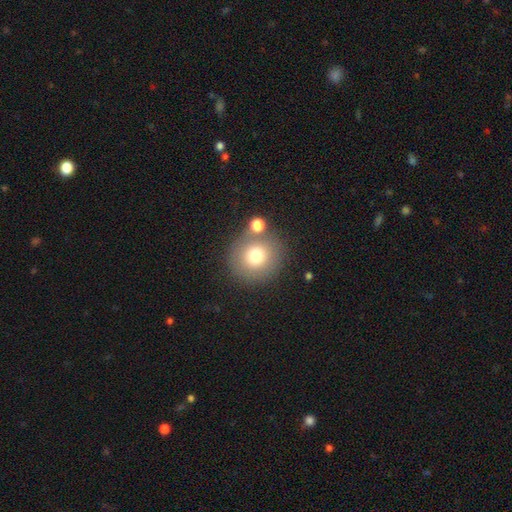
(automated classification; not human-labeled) Smooth or featured: smooth — 75% (featured or disk — 14%)
How rounded: round — 91% (in between — 8%)
Merging: none — 74% (merger — 12%)